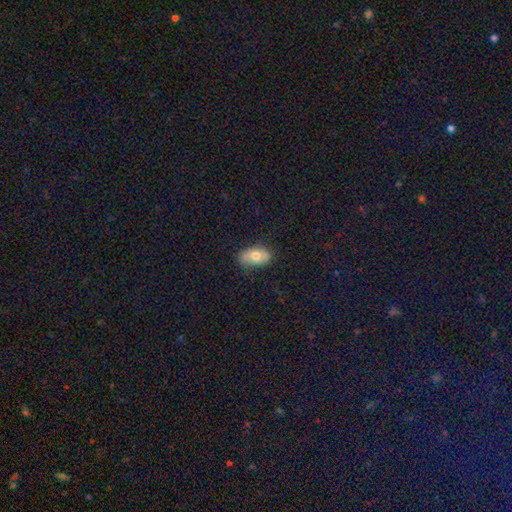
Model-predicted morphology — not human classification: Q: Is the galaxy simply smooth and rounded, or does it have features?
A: smooth — 68%.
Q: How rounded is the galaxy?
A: in between — 91%.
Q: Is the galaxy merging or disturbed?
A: none — 77%.